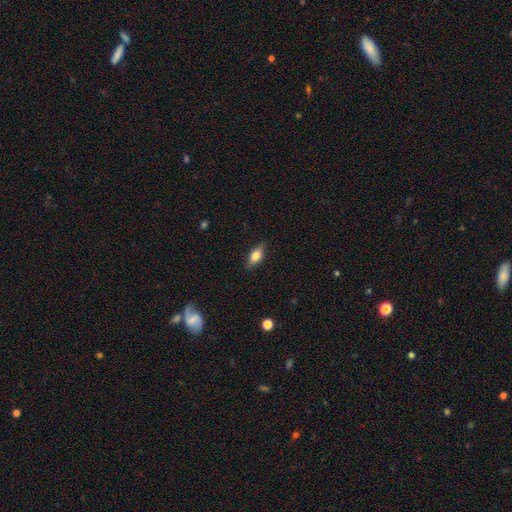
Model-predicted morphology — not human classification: smooth-or-featured: smooth: 69% | featured or disk: 24% | star or artifact: 8%
  how-rounded: in between: 79% | cigar-shaped: 17% | round: 5%
  merging: none: 85% | minor disturbance: 12% | major disturbance: 3% | merger: 1%